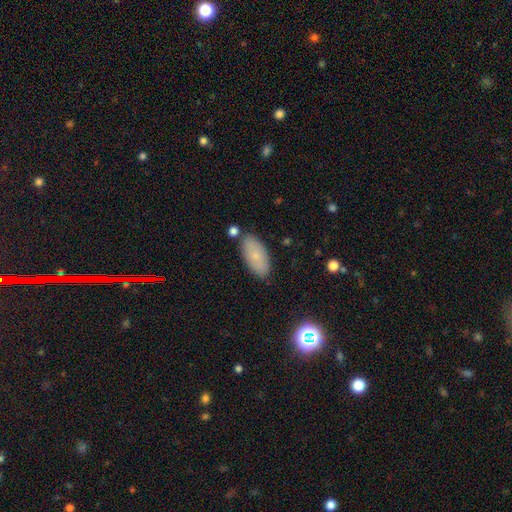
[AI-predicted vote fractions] Smooth or featured: smooth — 75% (featured or disk — 16%)
How rounded: in between — 91% (cigar-shaped — 6%)
Merging: none — 82% (minor disturbance — 12%)